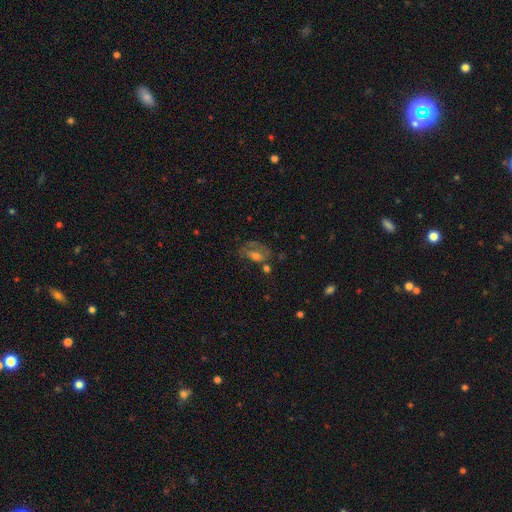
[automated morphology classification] Q: Smooth or featured?
A: featured or disk (45%); runner-up: smooth (42%)
Q: Merging?
A: none (39%); runner-up: major disturbance (28%)